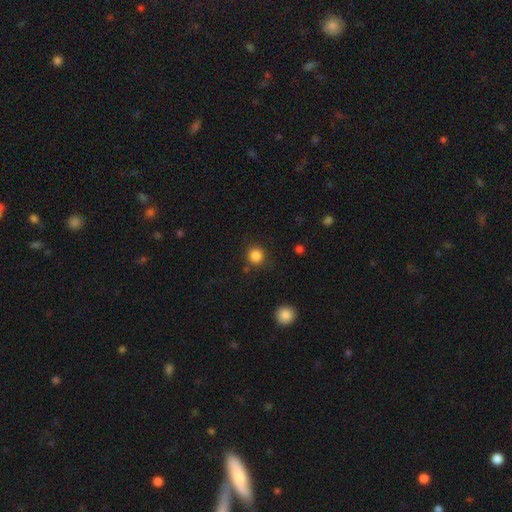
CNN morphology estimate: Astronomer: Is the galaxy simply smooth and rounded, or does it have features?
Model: smooth — 85%.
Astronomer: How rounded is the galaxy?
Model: round — 93%.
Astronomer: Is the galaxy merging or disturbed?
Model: none — 86%.